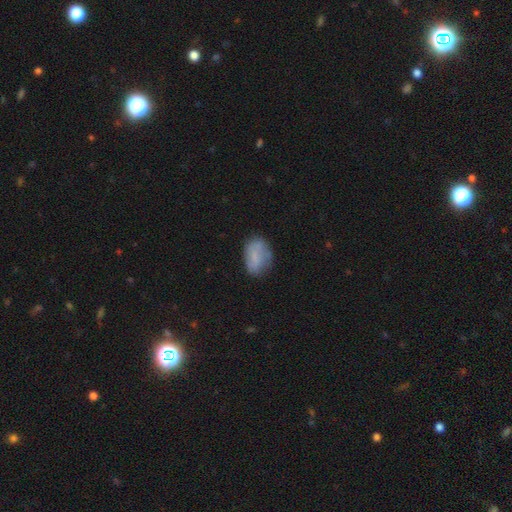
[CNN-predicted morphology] smooth 72%, featured or disk 20%, star or artifact 8%. Down the decision tree: how rounded — in between (79%); merging — none (62%).